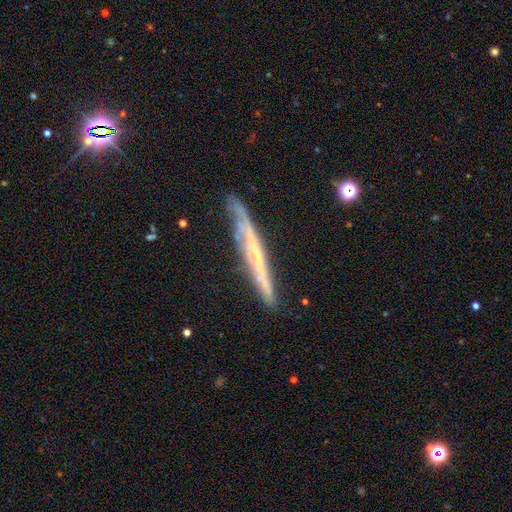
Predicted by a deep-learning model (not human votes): Overall: featured or disk (66%; smooth 27%). Edge-on disk: yes (88%). Edge-on bulge: none (81%). Merging: none (75%).